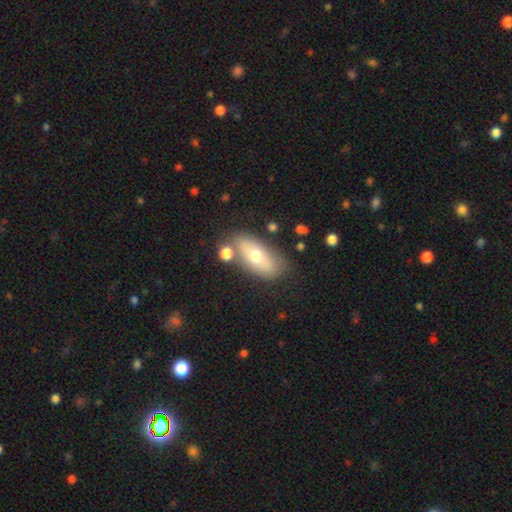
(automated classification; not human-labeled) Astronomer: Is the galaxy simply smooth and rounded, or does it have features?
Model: smooth — 60%.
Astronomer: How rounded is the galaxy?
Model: in between — 84%.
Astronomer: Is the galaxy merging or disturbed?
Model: none — 70%.